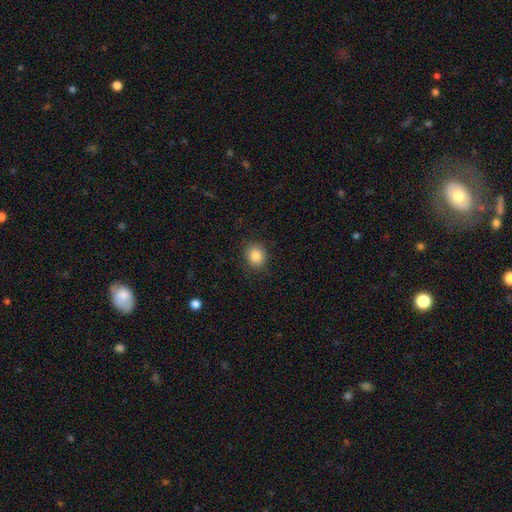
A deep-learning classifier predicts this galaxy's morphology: type=smooth (86%); roundness=round (74%); merging=none (87%).